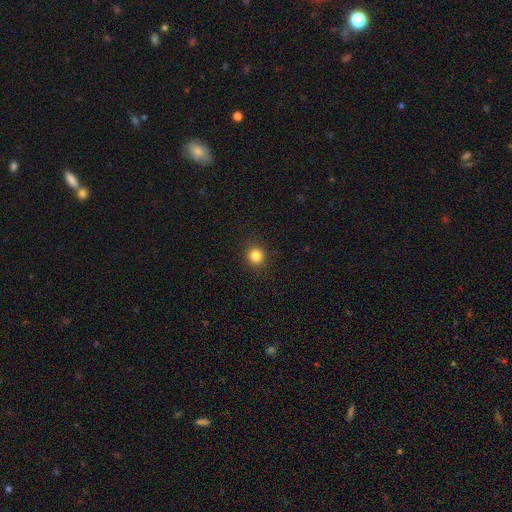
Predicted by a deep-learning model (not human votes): Smooth or featured?
  - smooth: 83% *
  - star or artifact: 12%
  - featured or disk: 4%
How rounded?
  - round: 90% *
  - in between: 9%
  - cigar-shaped: 1%
Merging?
  - none: 91% *
  - minor disturbance: 6%
  - major disturbance: 2%
  - merger: 1%